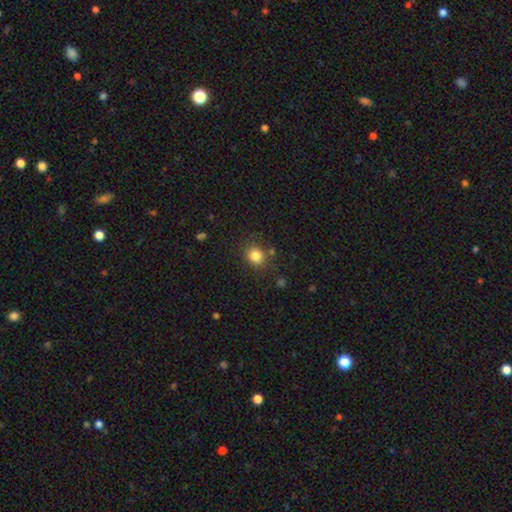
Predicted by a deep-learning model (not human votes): Q: Smooth or featured?
A: smooth (82%); runner-up: star or artifact (12%)
Q: How rounded?
A: round (80%); runner-up: in between (19%)
Q: Merging?
A: none (82%); runner-up: minor disturbance (10%)